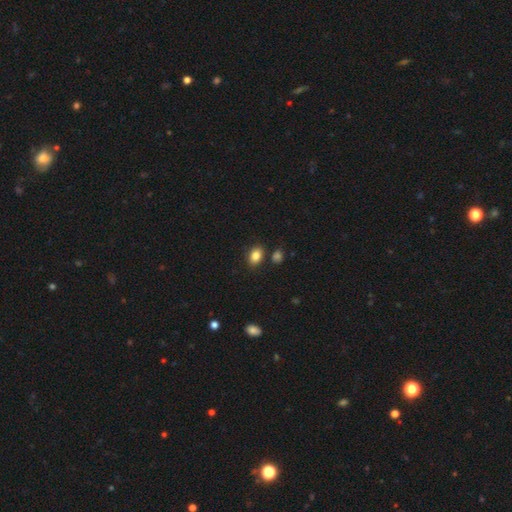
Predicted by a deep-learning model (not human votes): Overall: smooth (85%). How rounded: in between (76%). Merging: none (82%).